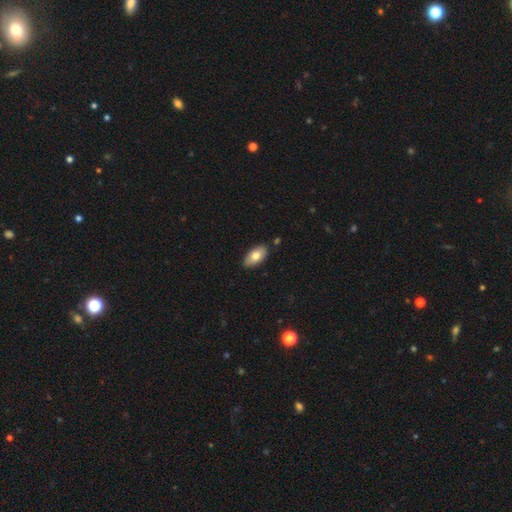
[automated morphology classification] type=smooth (76%); roundness=in between (93%); merging=none (85%).